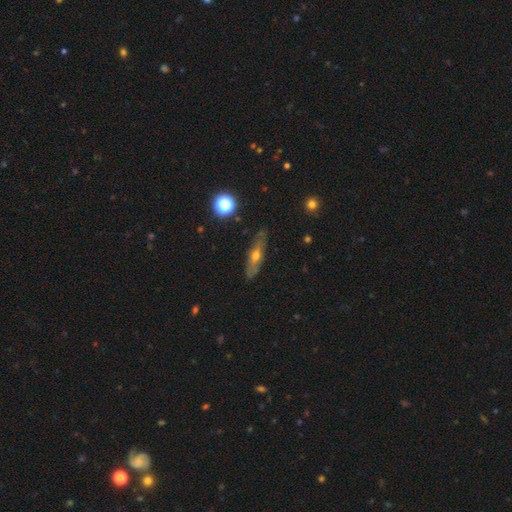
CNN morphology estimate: The model was most divided on "smooth or featured": featured or disk: 56%, smooth: 35%, star or artifact: 9%. More confident: merging — none (79%); edge-on disk — yes (61%).